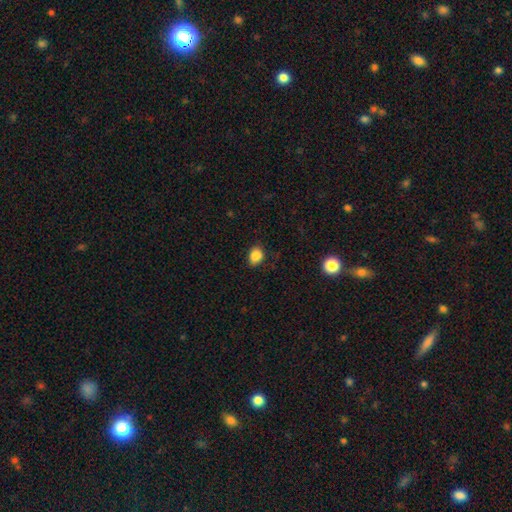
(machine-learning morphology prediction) Q: Smooth or featured?
A: smooth (87%); runner-up: star or artifact (10%)
Q: How rounded?
A: in between (59%); runner-up: round (40%)
Q: Merging?
A: none (80%); runner-up: minor disturbance (15%)